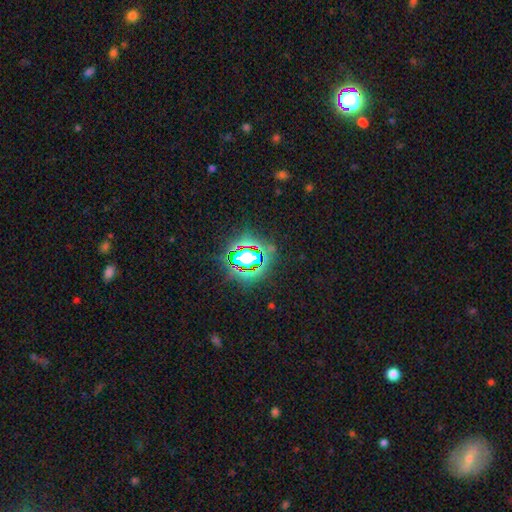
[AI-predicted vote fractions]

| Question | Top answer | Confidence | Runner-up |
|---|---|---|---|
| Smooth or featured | star or artifact | 79% | smooth (13%) |